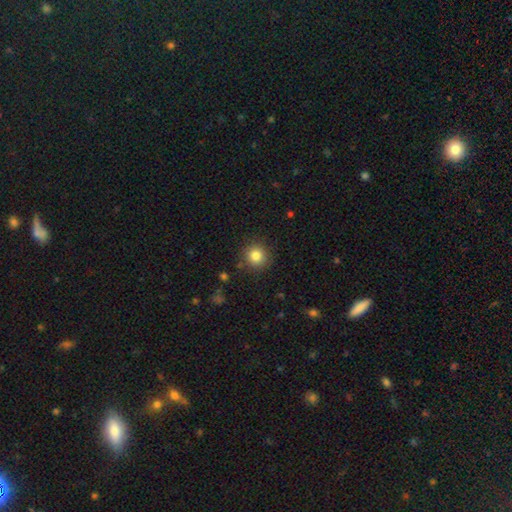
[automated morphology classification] smooth-or-featured: smooth: 84% | star or artifact: 11% | featured or disk: 6%
  how-rounded: round: 93% | in between: 6% | cigar-shaped: 1%
  merging: none: 88% | minor disturbance: 8% | major disturbance: 3% | merger: 2%